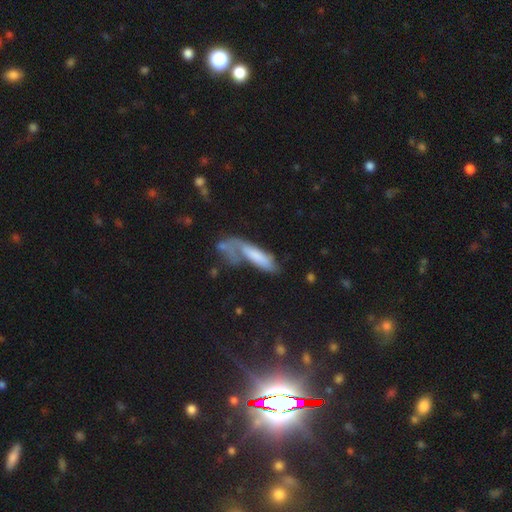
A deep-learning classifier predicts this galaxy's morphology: This is likely a smooth galaxy (64%). How rounded: possibly cigar-shaped (58%). Merging: marginally major disturbance (32%).